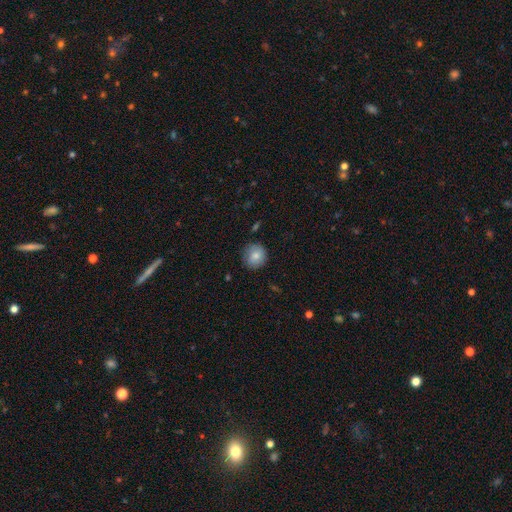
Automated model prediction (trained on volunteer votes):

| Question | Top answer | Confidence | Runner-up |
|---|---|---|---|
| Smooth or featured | smooth | 81% | featured or disk (11%) |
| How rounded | round | 90% | in between (9%) |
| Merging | none | 83% | minor disturbance (13%) |